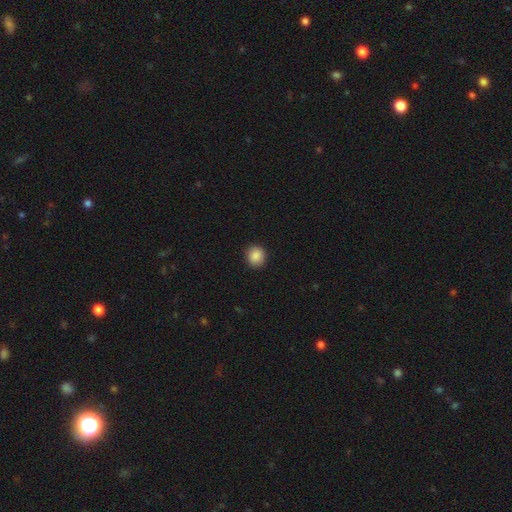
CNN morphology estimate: Smooth or featured: smooth — 88% (star or artifact — 9%)
How rounded: round — 80% (in between — 19%)
Merging: none — 89% (minor disturbance — 8%)